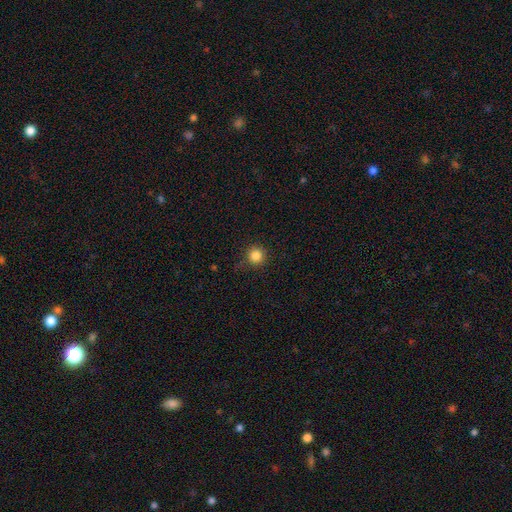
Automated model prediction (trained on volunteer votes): Morphology: type=smooth (84%); roundness=round (95%); merging=none (83%).